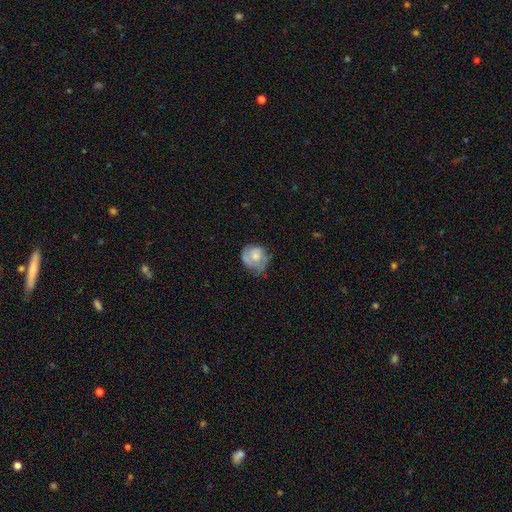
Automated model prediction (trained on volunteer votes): Smooth or featured? Predicted: smooth (p=0.48). Merging? Predicted: none (p=0.49).